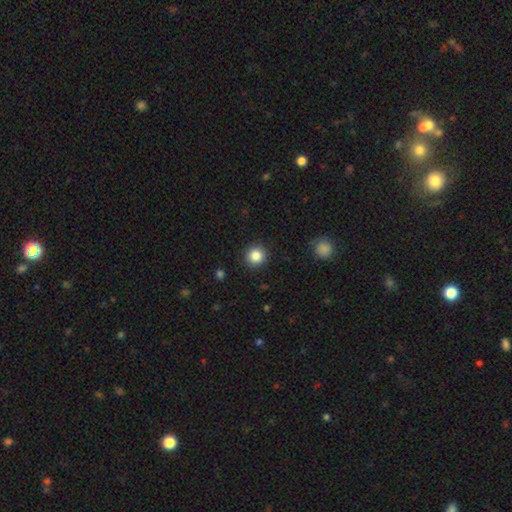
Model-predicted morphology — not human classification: This is clearly a smooth galaxy (85%). How rounded: clearly round (93%). Merging: clearly none (91%).